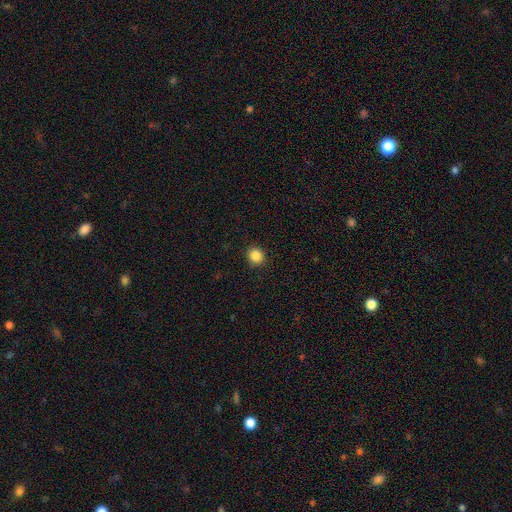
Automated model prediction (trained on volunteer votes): Smooth or featured?
  - smooth: 86% *
  - star or artifact: 11%
  - featured or disk: 3%
How rounded?
  - round: 90% *
  - in between: 9%
  - cigar-shaped: 1%
Merging?
  - none: 91% *
  - minor disturbance: 6%
  - major disturbance: 2%
  - merger: 1%